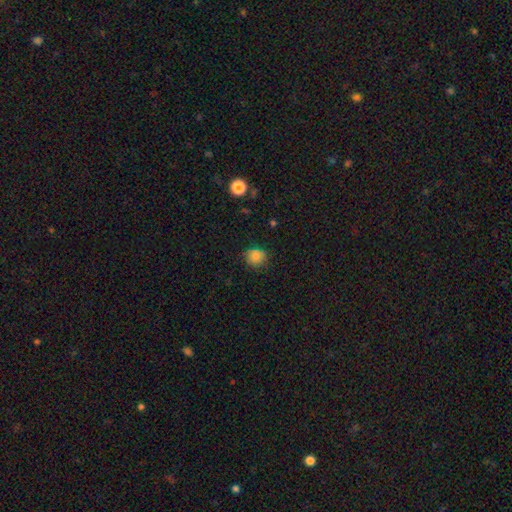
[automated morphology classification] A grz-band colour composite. It shows a smooth galaxy with no disk features (82%) that is round (78%). Merging: none (78%).